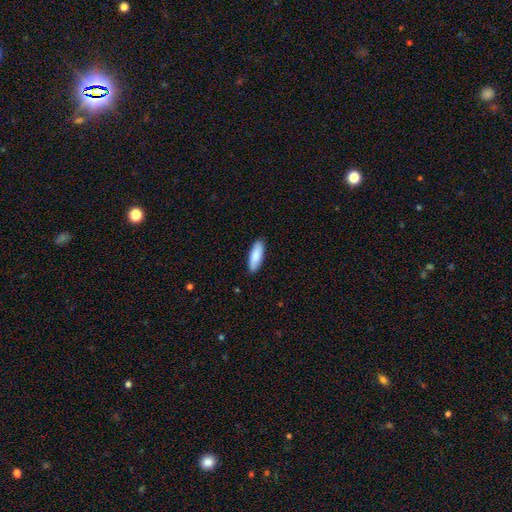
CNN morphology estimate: The model was most divided on "how rounded": in between: 60%, cigar-shaped: 39%, round: 2%. More confident: merging — none (88%); smooth or featured — smooth (87%).